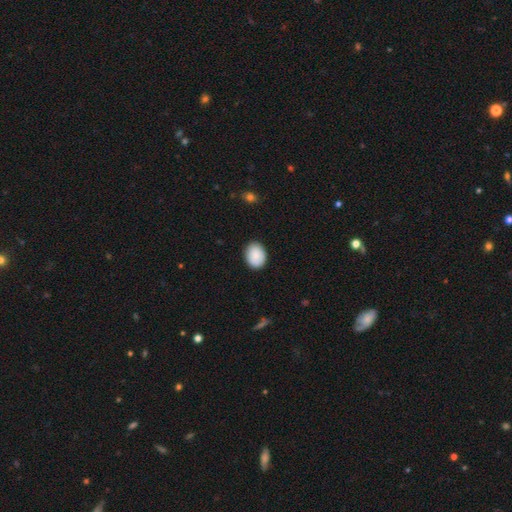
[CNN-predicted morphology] This appears to be a smooth galaxy with no disk features (88%) that is in between round and cigar-shaped (65%). Merging: none (87%).